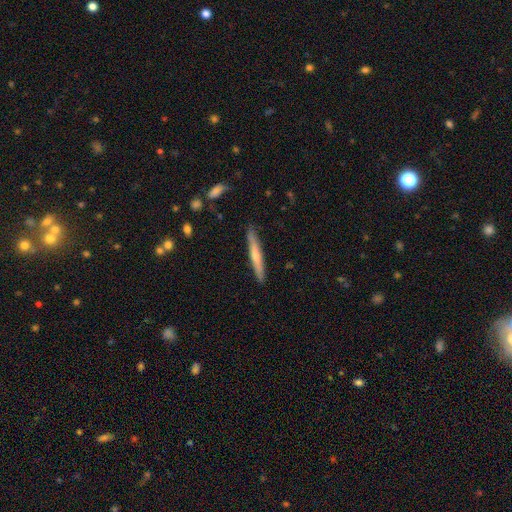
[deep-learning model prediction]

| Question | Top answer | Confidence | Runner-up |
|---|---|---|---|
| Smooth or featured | smooth | 51% | featured or disk (43%) |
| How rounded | cigar-shaped | 95% | in between (4%) |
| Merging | none | 87% | minor disturbance (10%) |